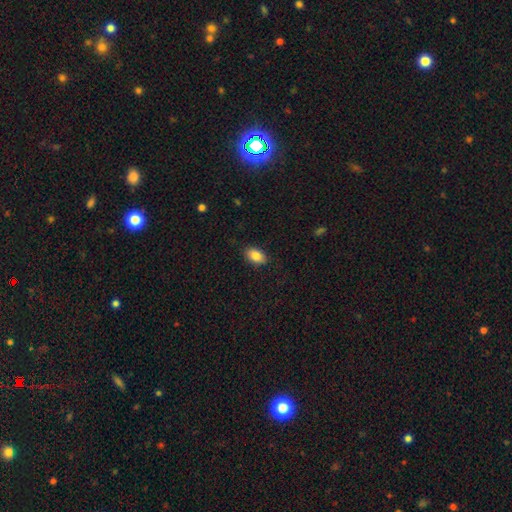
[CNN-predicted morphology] Smooth or featured: smooth — 86% (star or artifact — 8%)
How rounded: in between — 91% (round — 8%)
Merging: none — 88% (minor disturbance — 9%)